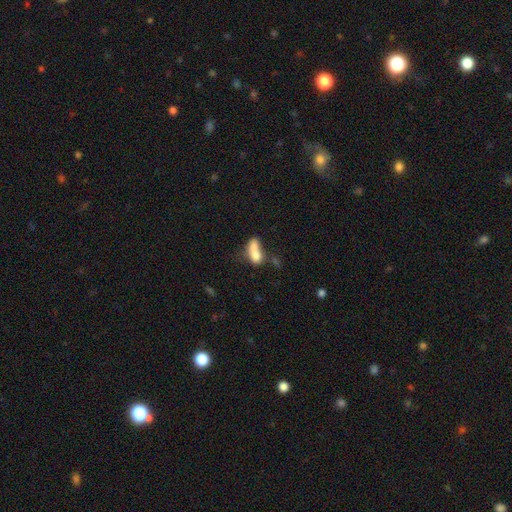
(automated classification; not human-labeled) Smooth or featured? smooth (69%)
How rounded? in between (71%)
Merging? merger (52%)